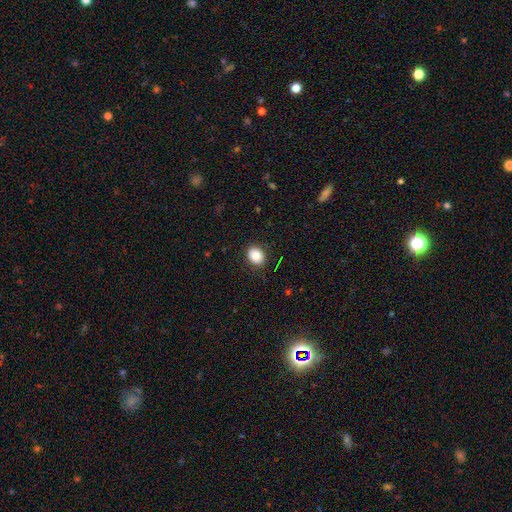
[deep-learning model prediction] A smooth galaxy with no disk features (85%) that is in between round and cigar-shaped (56%).

Vote fractions:
- Smooth or featured? smooth: 85% / star or artifact: 9% / featured or disk: 6%
- How rounded? in between: 56% / round: 43% / cigar-shaped: 1%
- Merging? none: 88% / minor disturbance: 9% / major disturbance: 2% / merger: 1%